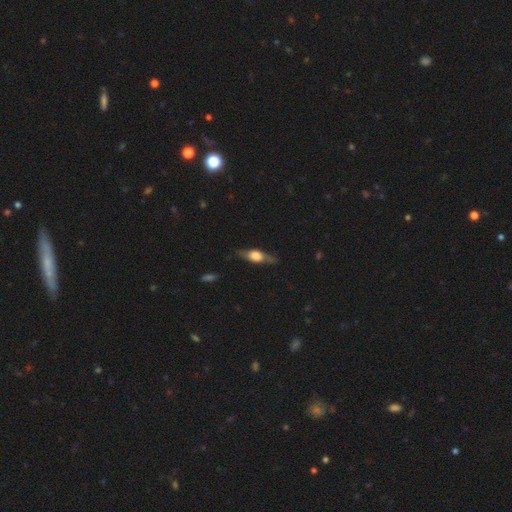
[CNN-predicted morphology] Smooth or featured? featured or disk (58%)
Edge-on disk? yes (89%)
Edge-on bulge? rounded (86%)
Merging? none (78%)